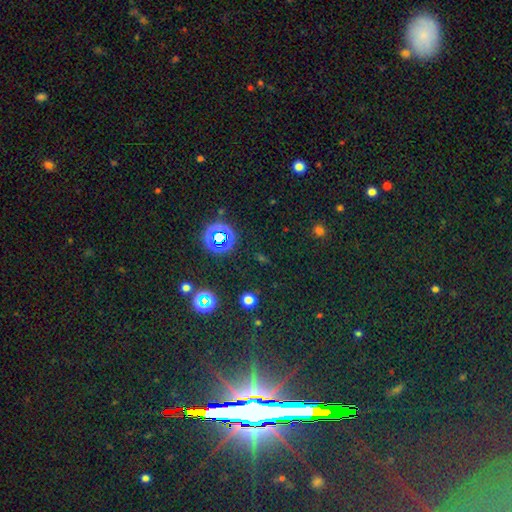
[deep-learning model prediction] This appears to be a star or artifact, not a galaxy (71%).